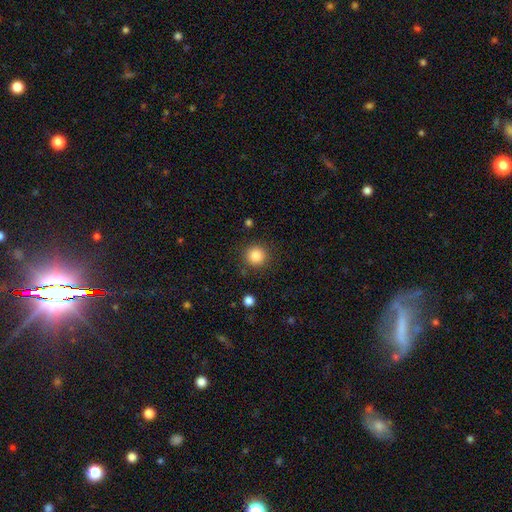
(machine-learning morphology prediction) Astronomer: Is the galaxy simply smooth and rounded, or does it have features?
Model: smooth — 86%.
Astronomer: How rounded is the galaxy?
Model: round — 94%.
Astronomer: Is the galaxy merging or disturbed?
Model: none — 88%.